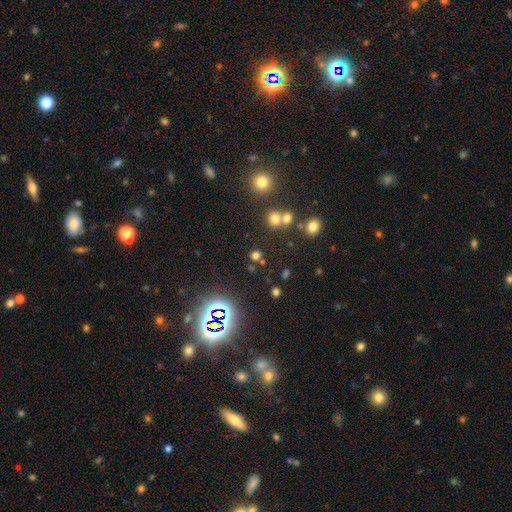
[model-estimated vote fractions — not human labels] This is possibly a smooth galaxy (57%). How rounded: clearly round (82%). Merging: likely none (72%).